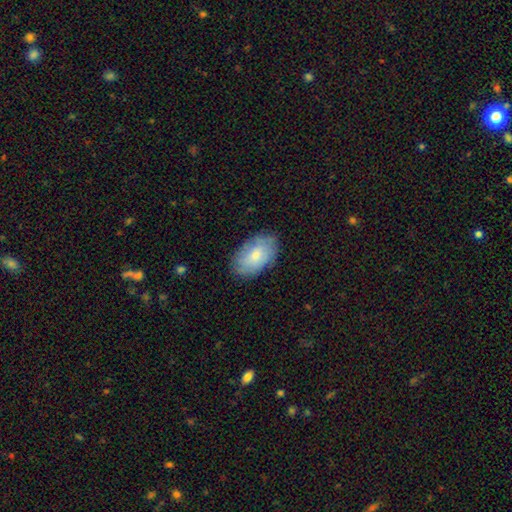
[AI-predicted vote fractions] smooth-or-featured: smooth: 68% | featured or disk: 25% | star or artifact: 6%
  how-rounded: in between: 93% | round: 5% | cigar-shaped: 1%
  merging: none: 80% | minor disturbance: 16% | major disturbance: 3% | merger: 1%